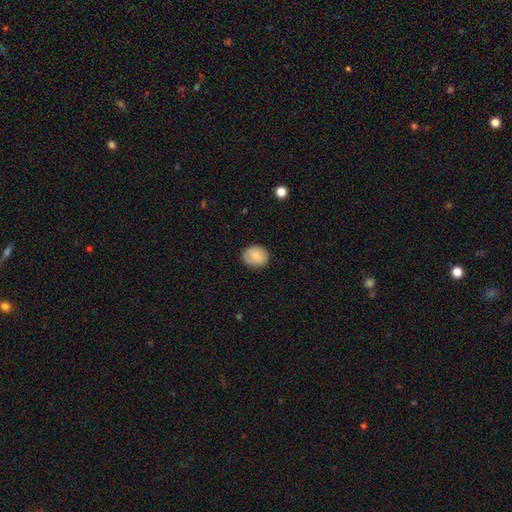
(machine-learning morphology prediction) Smooth or featured?
  - smooth: 81% *
  - featured or disk: 11%
  - star or artifact: 7%
How rounded?
  - round: 60% *
  - in between: 40%
  - cigar-shaped: 1%
Merging?
  - none: 83% *
  - minor disturbance: 14%
  - major disturbance: 3%
  - merger: 1%